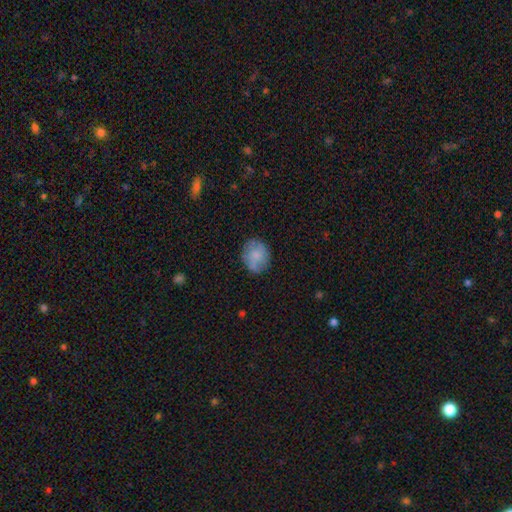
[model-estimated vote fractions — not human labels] This appears to be a smooth galaxy with no disk features (64%) that is round (56%). Merging: none (72%).